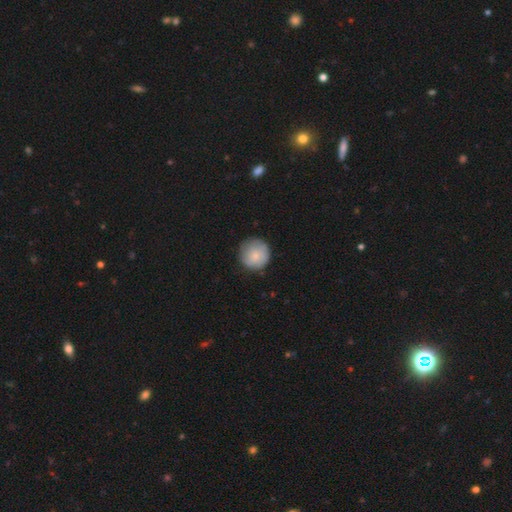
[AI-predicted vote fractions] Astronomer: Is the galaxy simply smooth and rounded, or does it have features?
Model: smooth — 77%.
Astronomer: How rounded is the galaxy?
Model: round — 94%.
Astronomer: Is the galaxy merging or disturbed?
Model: none — 81%.